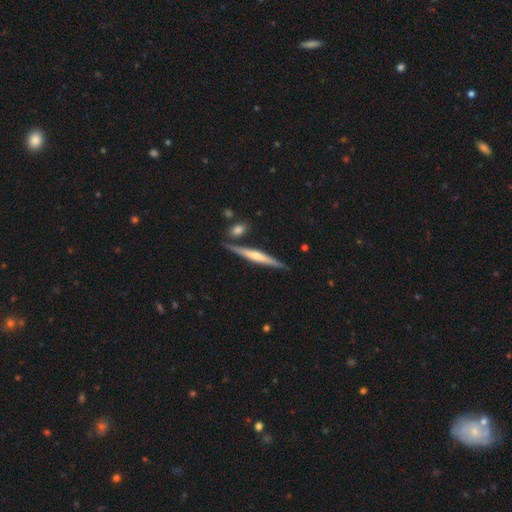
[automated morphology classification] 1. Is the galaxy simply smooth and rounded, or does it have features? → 70% featured or disk, 25% smooth, 6% star or artifact.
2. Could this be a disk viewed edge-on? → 98% yes, 2% no.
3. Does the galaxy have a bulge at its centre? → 67% rounded, 19% none, 14% boxy.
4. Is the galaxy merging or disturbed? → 85% none, 9% minor disturbance, 5% merger, 2% major disturbance.